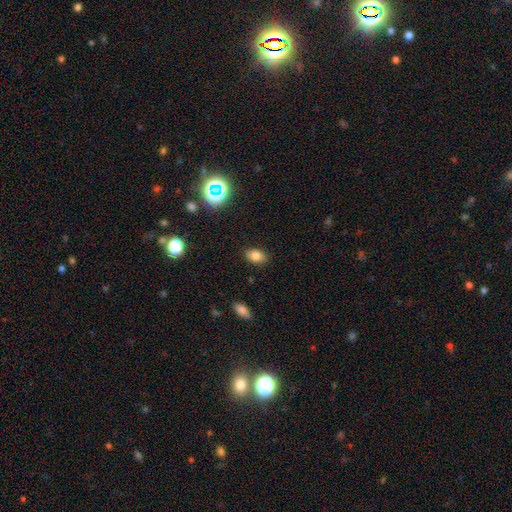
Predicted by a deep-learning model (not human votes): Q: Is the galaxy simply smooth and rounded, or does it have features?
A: smooth — 79%.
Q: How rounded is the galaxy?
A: in between — 85%.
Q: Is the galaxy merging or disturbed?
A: none — 86%.